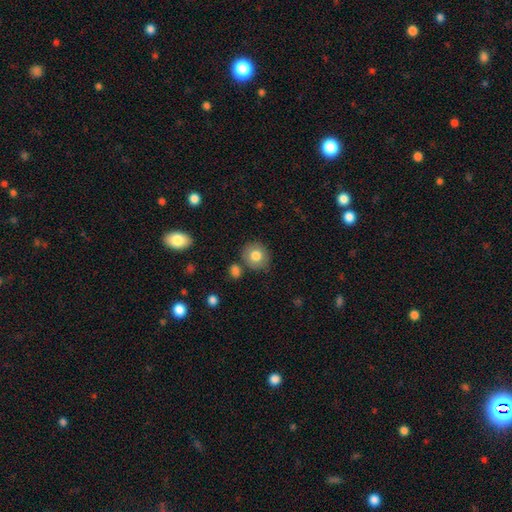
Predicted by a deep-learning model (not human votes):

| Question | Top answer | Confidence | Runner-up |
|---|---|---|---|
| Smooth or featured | smooth | 79% | featured or disk (12%) |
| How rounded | round | 82% | in between (18%) |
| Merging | none | 79% | minor disturbance (11%) |